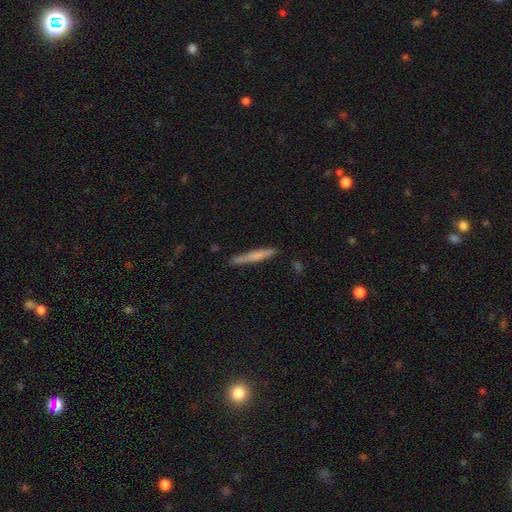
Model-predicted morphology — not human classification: The model was most divided on "smooth or featured": smooth: 64%, featured or disk: 30%, star or artifact: 6%. More confident: how rounded — cigar-shaped (96%); merging — none (82%).